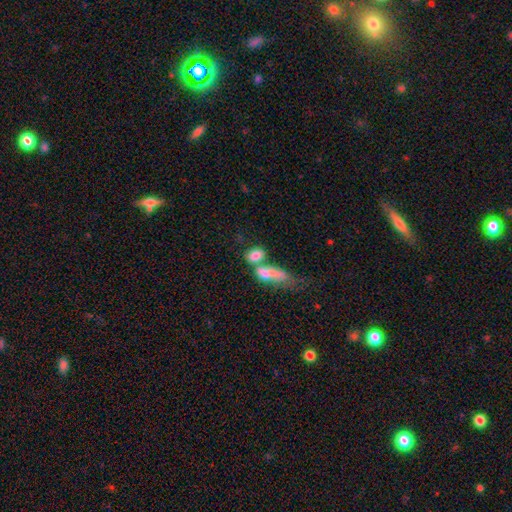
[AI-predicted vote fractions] This appears to be a smooth galaxy with no disk features (76%) that is in between round and cigar-shaped (71%). Merging: merger (56%).